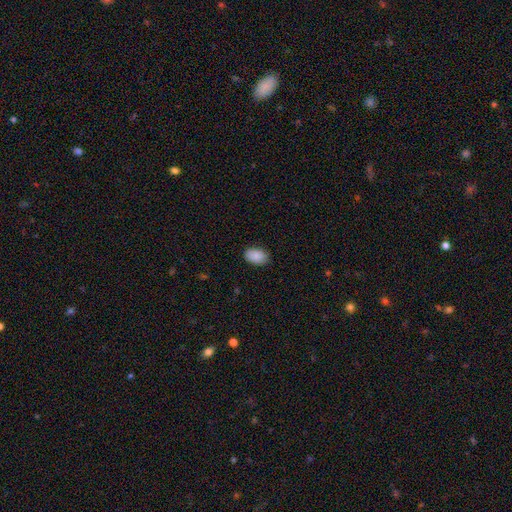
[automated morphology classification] smooth 89%, star or artifact 7%, featured or disk 4%. Down the decision tree: how rounded — in between (91%); merging — none (87%).